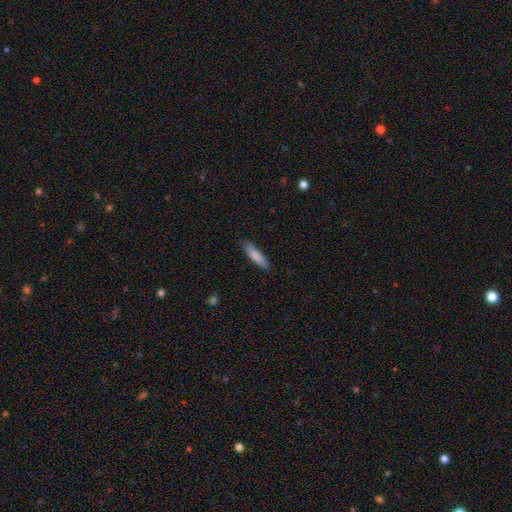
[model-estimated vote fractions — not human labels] Smooth or featured? smooth (84%)
How rounded? cigar-shaped (80%)
Merging? none (84%)